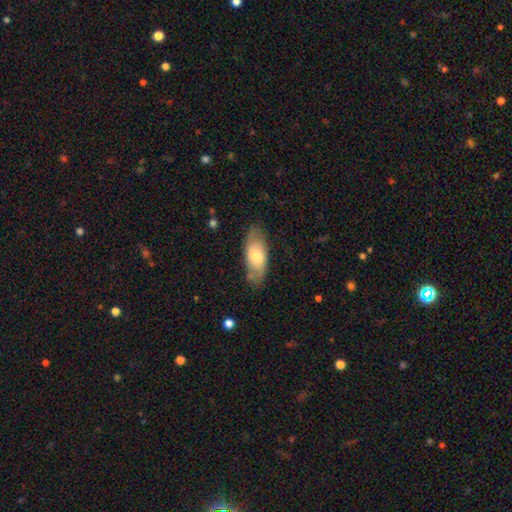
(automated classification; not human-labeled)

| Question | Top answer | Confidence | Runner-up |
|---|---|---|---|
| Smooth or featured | smooth | 60% | featured or disk (34%) |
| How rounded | in between | 86% | cigar-shaped (11%) |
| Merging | none | 75% | minor disturbance (19%) |